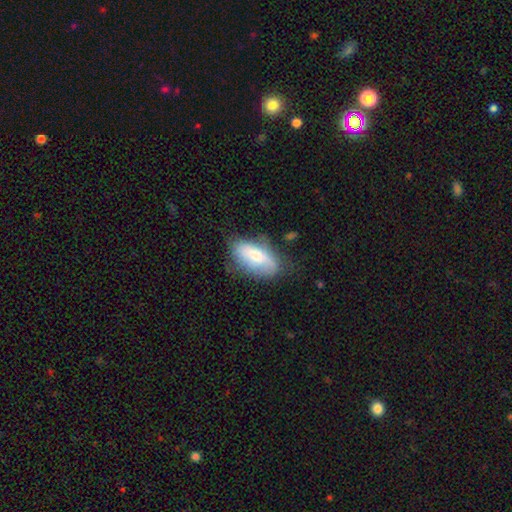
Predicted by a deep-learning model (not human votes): Smooth or featured: smooth — 60% (featured or disk — 32%)
How rounded: in between — 87% (cigar-shaped — 9%)
Merging: none — 55% (minor disturbance — 30%)